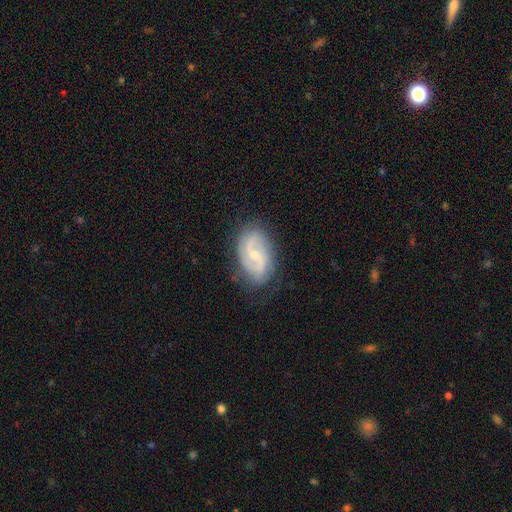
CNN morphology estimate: A featured or disk galaxy (82%) with a weak bar (51%), 2 (85%) medium (48%) spiral arms (95%) and a small central bulge (64%).

Vote fractions:
- Smooth or featured? featured or disk: 82% / smooth: 13% / star or artifact: 6%
- Edge-on disk? no: 97% / yes: 3%
- Bar? weak: 51% / no: 34% / strong: 15%
- Spiral arms? yes: 95% / no: 5%
- Spiral winding? medium: 48% / loose: 28% / tight: 24%
- Spiral arm count? 2: 85% / can't tell: 7% / 3: 3% / 1: 2% / 4: 1% / more than 4: 1%
- Bulge size? small: 64% / moderate: 30% / none: 4% / large: 1% / dominant: 1%
- Merging? none: 79% / minor disturbance: 15% / major disturbance: 4% / merger: 1%